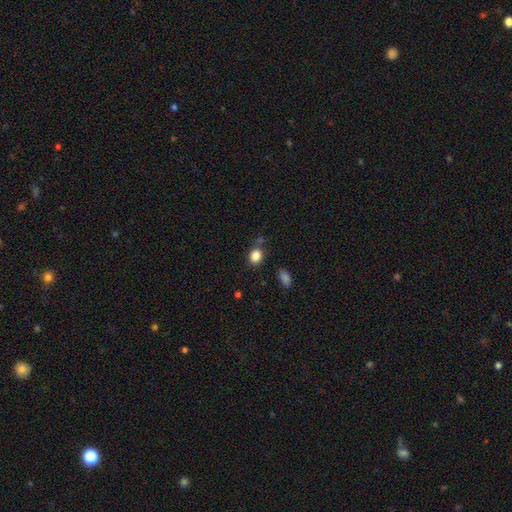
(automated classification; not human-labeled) The model was most divided on "how rounded": in between: 50%, round: 49%, cigar-shaped: 1%. More confident: smooth or featured — smooth (85%); merging — none (75%).